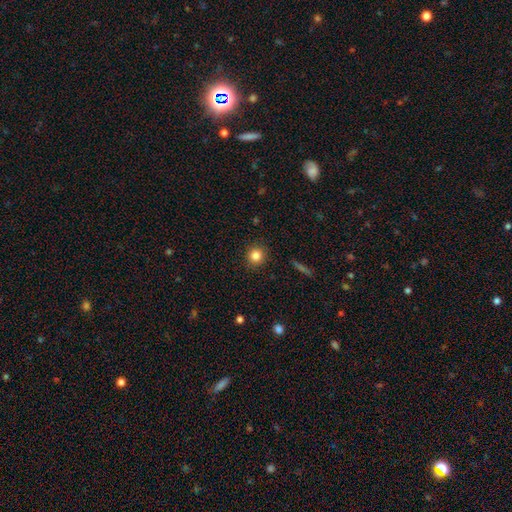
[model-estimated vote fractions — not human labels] This appears to be a smooth galaxy with no disk features (83%) that is round (93%). Merging: none (91%).